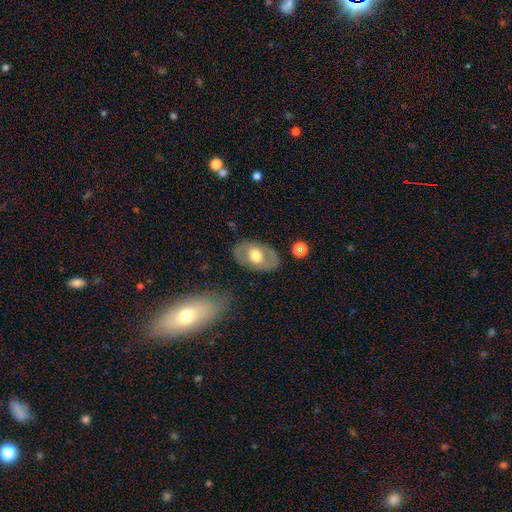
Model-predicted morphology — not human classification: type=smooth (47%); merging=none (79%).